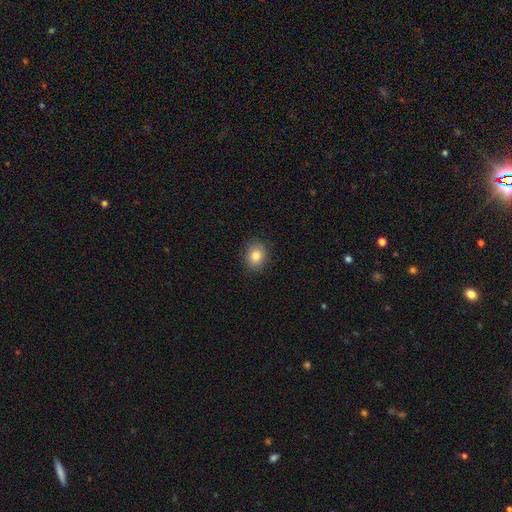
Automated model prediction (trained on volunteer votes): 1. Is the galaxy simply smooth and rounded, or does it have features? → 83% smooth, 9% star or artifact, 7% featured or disk.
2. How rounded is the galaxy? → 56% round, 43% in between, 1% cigar-shaped.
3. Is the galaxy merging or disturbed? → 87% none, 9% minor disturbance, 2% major disturbance, 1% merger.